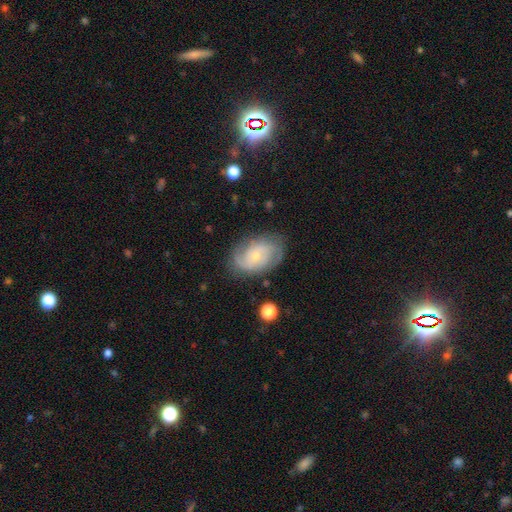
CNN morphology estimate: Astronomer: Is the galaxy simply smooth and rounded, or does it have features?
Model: featured or disk — 75%.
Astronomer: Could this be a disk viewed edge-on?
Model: no — 97%.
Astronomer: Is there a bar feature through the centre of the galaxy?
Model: no — 65%.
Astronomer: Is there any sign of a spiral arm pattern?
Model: yes — 92%.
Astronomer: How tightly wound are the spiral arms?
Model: tight — 45% (runner-up: medium, 40%).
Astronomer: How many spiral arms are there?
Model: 2 — 54%.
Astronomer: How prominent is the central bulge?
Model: small — 66%.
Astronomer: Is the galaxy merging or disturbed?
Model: none — 74%.